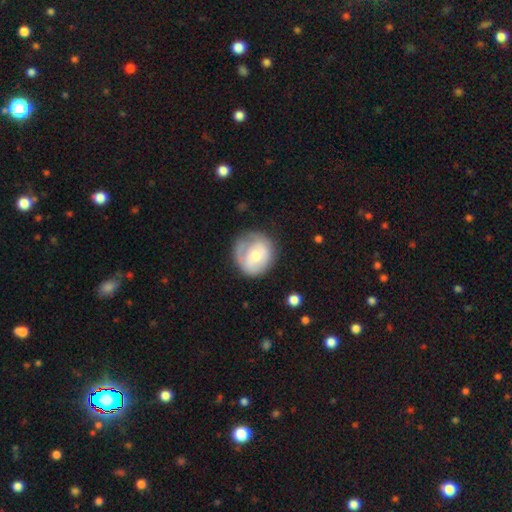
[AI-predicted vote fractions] smooth-or-featured: smooth: 54% | featured or disk: 40% | star or artifact: 6%
  how-rounded: round: 79% | in between: 20% | cigar-shaped: 1%
  merging: none: 60% | minor disturbance: 25% | major disturbance: 12% | merger: 2%